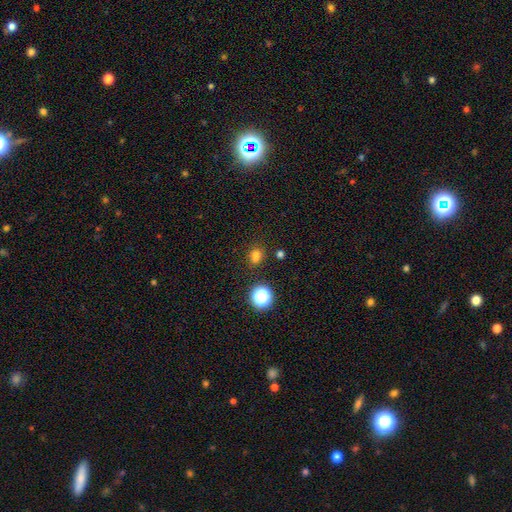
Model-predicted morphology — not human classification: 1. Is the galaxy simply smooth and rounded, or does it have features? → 73% smooth, 21% star or artifact, 6% featured or disk.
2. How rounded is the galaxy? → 61% round, 37% in between, 1% cigar-shaped.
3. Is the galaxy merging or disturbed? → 75% none, 12% minor disturbance, 8% merger, 4% major disturbance.